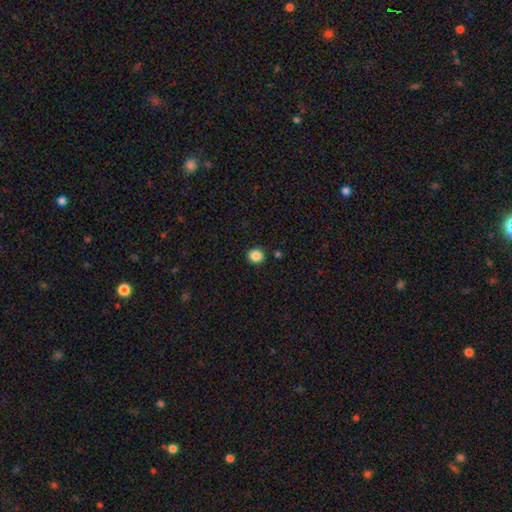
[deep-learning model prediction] Q: Smooth or featured?
A: smooth (87%); runner-up: star or artifact (10%)
Q: How rounded?
A: round (90%); runner-up: in between (9%)
Q: Merging?
A: none (91%); runner-up: minor disturbance (5%)